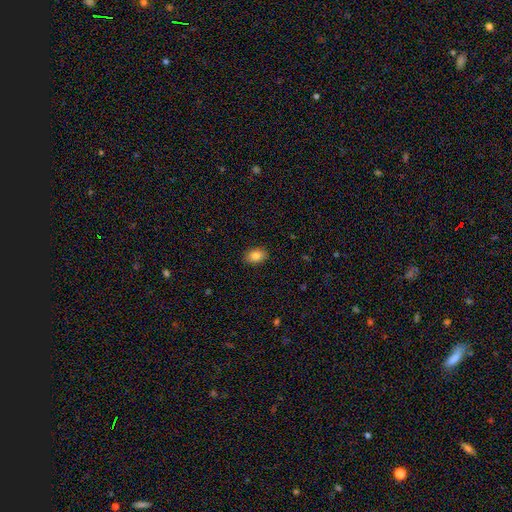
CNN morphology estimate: smooth 85%, star or artifact 8%, featured or disk 6%. Down the decision tree: how rounded — in between (80%); merging — none (89%).